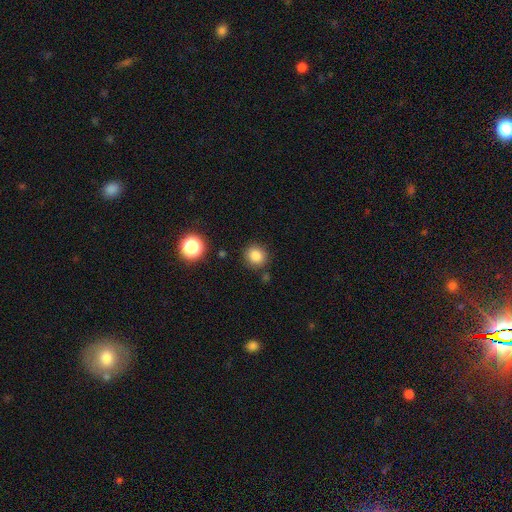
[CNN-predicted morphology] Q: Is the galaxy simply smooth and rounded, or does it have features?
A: smooth — 84%.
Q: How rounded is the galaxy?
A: round — 86%.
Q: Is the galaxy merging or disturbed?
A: none — 85%.